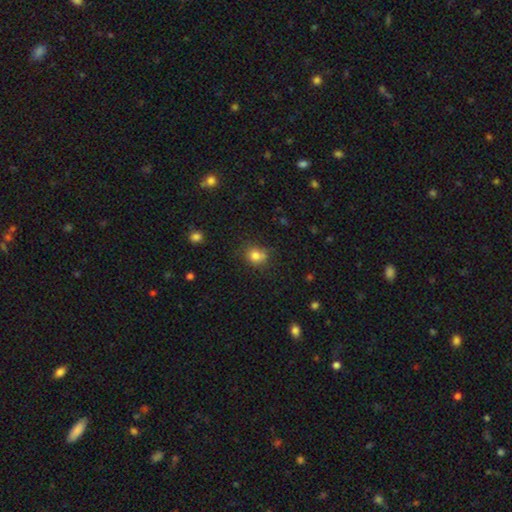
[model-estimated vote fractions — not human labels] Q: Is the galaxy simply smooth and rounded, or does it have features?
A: smooth — 80%.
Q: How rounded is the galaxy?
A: round — 72%.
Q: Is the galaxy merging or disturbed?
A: none — 63%.